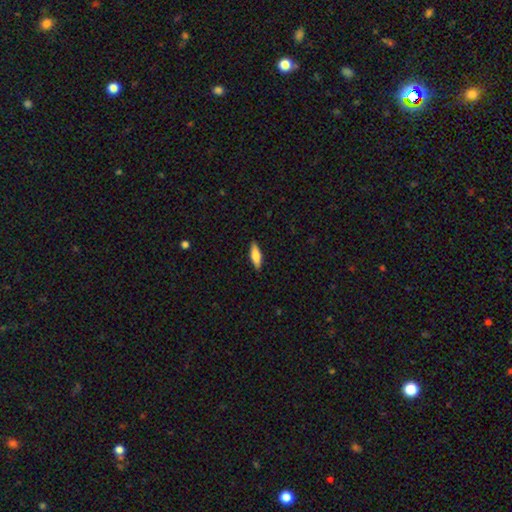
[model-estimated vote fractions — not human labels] Smooth or featured? Predicted: smooth (p=0.73). How rounded? Predicted: in between (p=0.53). Merging? Predicted: none (p=0.88).